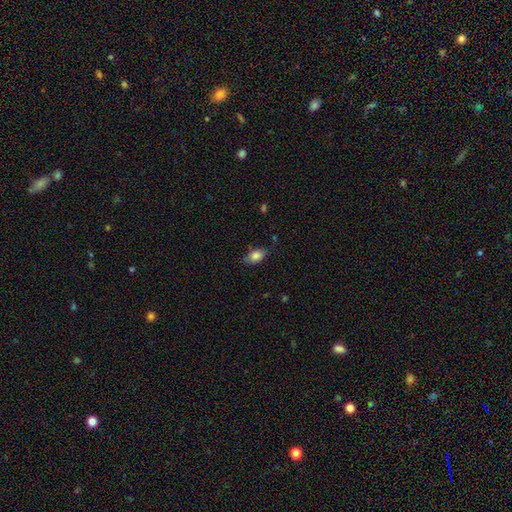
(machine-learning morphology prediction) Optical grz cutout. It shows a smooth galaxy with no disk features (84%) that is in between round and cigar-shaped (87%). Merging: none (73%).